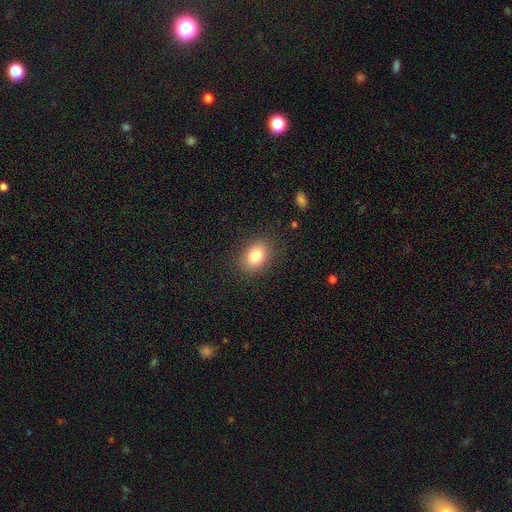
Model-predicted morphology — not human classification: Overall: smooth (81%). How rounded: in between (68%; round 31%). Merging: none (86%).